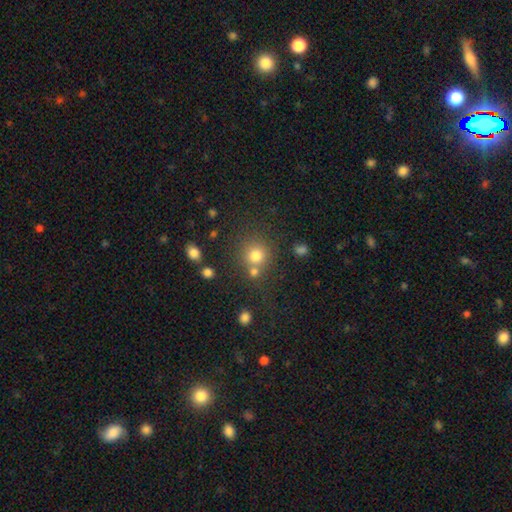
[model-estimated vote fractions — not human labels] Q: Smooth or featured?
A: smooth (77%); runner-up: star or artifact (15%)
Q: How rounded?
A: round (89%); runner-up: in between (10%)
Q: Merging?
A: none (63%); runner-up: merger (23%)